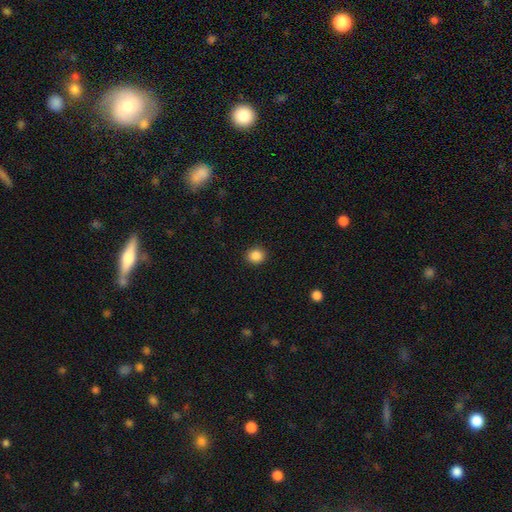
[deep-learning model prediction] Smooth or featured? Predicted: smooth (p=0.87). How rounded? Predicted: round (p=0.78). Merging? Predicted: none (p=0.91).